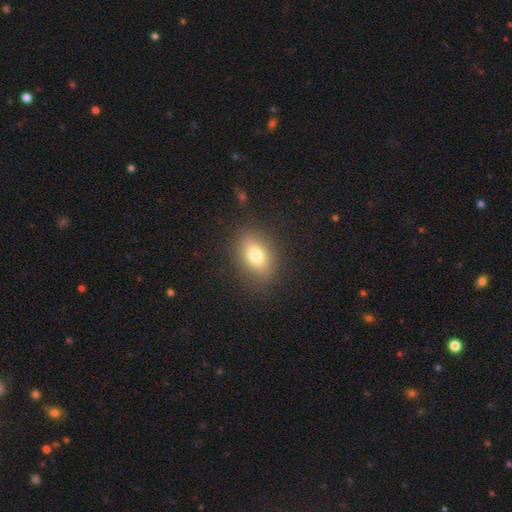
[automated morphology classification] Smooth or featured?
  - smooth: 78% *
  - featured or disk: 13%
  - star or artifact: 10%
How rounded?
  - in between: 80% *
  - round: 17%
  - cigar-shaped: 3%
Merging?
  - none: 86% *
  - minor disturbance: 9%
  - major disturbance: 3%
  - merger: 1%